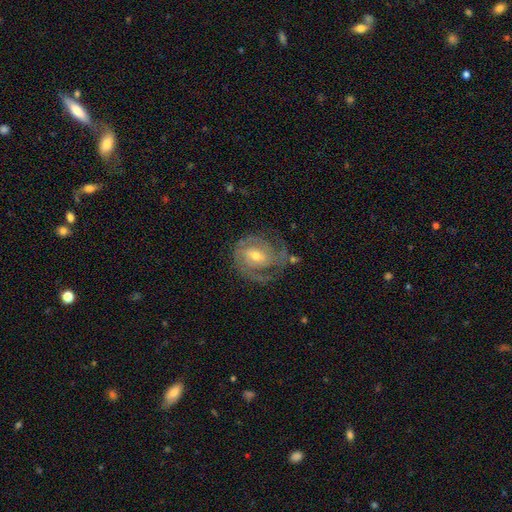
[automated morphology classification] Smooth or featured: featured or disk — 84% (smooth — 10%)
Edge-on disk: no — 97% (yes — 3%)
Bar: weak — 47% (no — 37%)
Spiral arms: yes — 94% (no — 6%)
Spiral winding: tight — 58% (medium — 34%)
Spiral arm count: 2 — 44% (3 — 21%)
Bulge size: moderate — 58% (small — 38%)
Merging: none — 63% (minor disturbance — 21%)